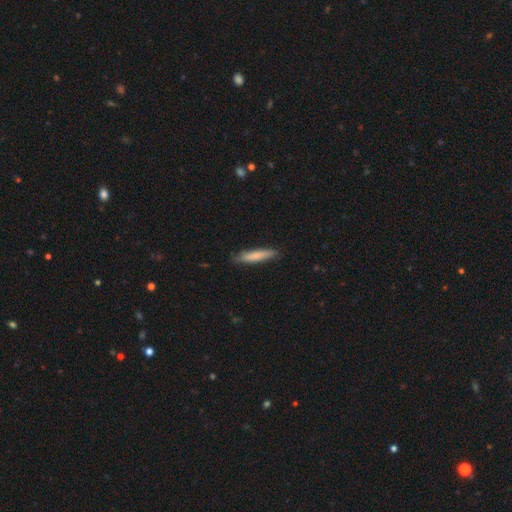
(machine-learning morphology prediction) Q: Smooth or featured?
A: smooth (79%); runner-up: featured or disk (16%)
Q: How rounded?
A: cigar-shaped (89%); runner-up: in between (9%)
Q: Merging?
A: none (83%); runner-up: minor disturbance (14%)